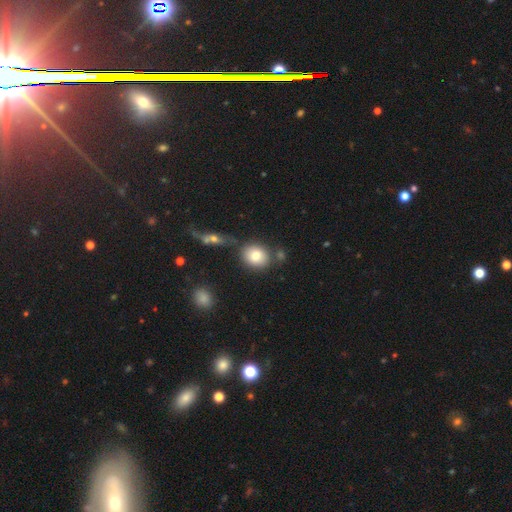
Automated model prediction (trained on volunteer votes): A smooth galaxy with no disk features (80%) that is round (62%). Merging: none (70%).